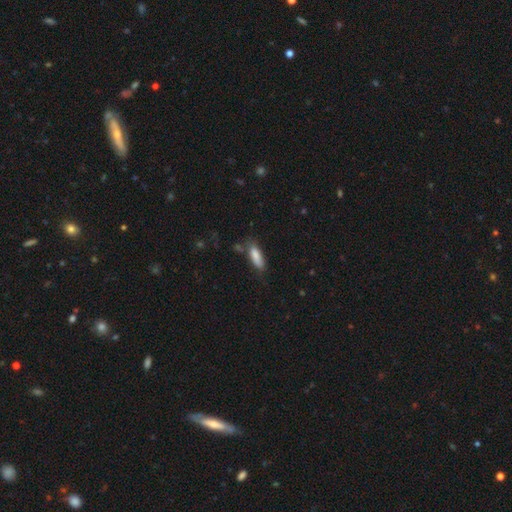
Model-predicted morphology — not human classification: type=smooth (83%); roundness=in between (59%); merging=none (61%).